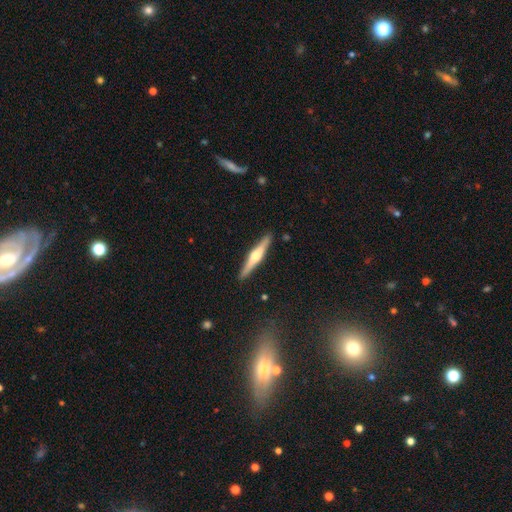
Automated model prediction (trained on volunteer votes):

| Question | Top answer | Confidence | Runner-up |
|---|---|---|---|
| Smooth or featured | featured or disk | 68% | smooth (27%) |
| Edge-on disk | yes | 98% | no (2%) |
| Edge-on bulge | rounded | 91% | boxy (6%) |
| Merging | none | 91% | minor disturbance (7%) |